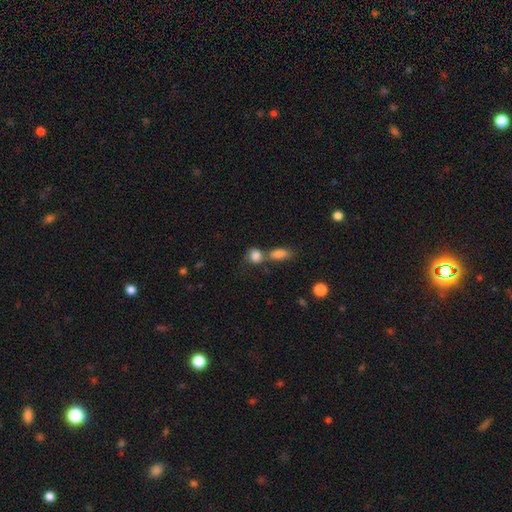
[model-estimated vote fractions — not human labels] Q: Smooth or featured?
A: smooth (82%); runner-up: star or artifact (9%)
Q: How rounded?
A: round (50%); runner-up: in between (46%)
Q: Merging?
A: merger (44%); runner-up: none (37%)